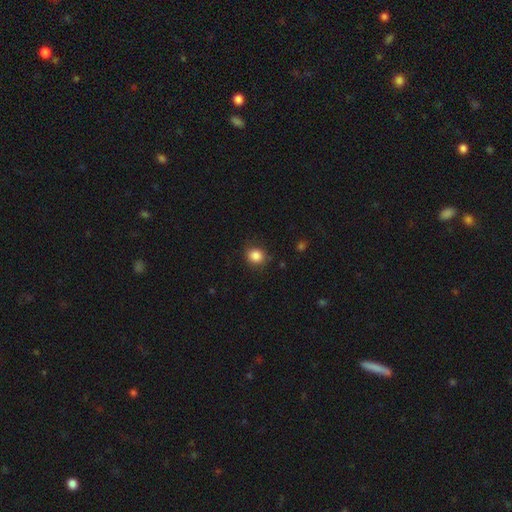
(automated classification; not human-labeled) Q: Smooth or featured?
A: smooth (86%); runner-up: star or artifact (10%)
Q: How rounded?
A: round (79%); runner-up: in between (21%)
Q: Merging?
A: none (81%); runner-up: minor disturbance (14%)